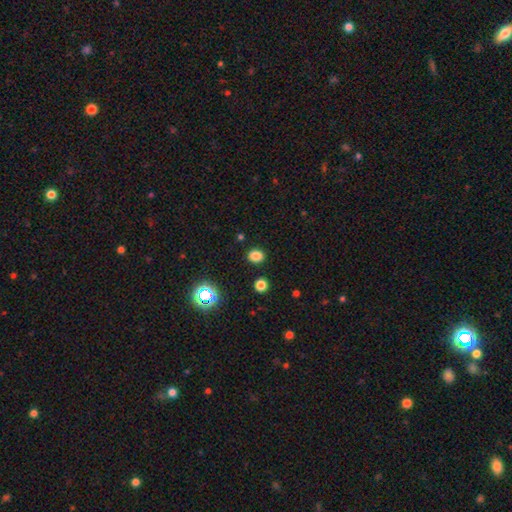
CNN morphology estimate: smooth_or_featured: smooth (p=0.80) [alt: star or artifact p=0.16]
how_rounded: round (p=0.62) [alt: in between p=0.37]
merging: none (p=0.88) [alt: minor disturbance p=0.07]